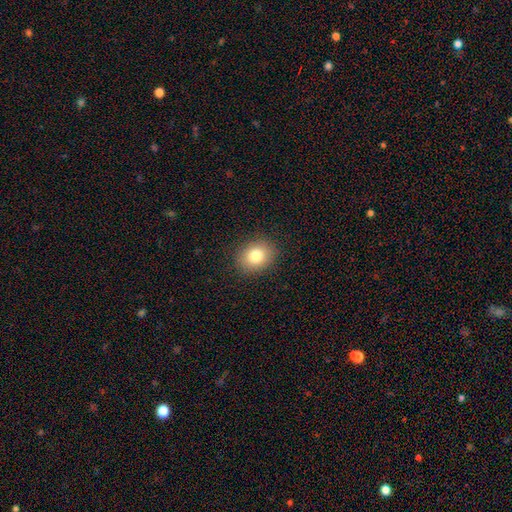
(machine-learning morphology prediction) smooth_or_featured: smooth (p=0.81) [alt: star or artifact p=0.10]
how_rounded: round (p=0.50) [alt: in between p=0.49]
merging: none (p=0.89) [alt: minor disturbance p=0.08]